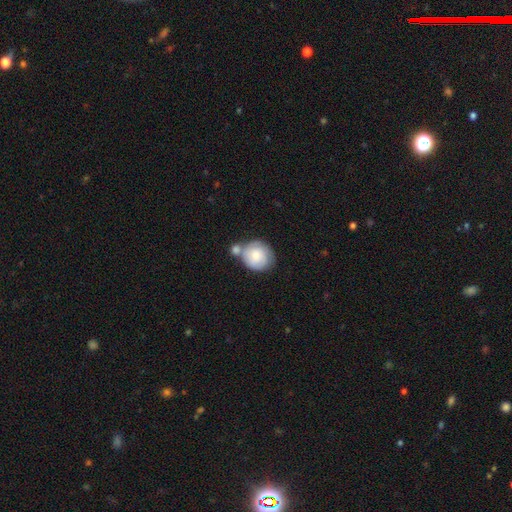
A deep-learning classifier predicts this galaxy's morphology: smooth-or-featured: smooth: 73% | featured or disk: 21% | star or artifact: 6%
  how-rounded: round: 81% | in between: 18% | cigar-shaped: 1%
  merging: merger: 39% | none: 37% | minor disturbance: 18% | major disturbance: 7%